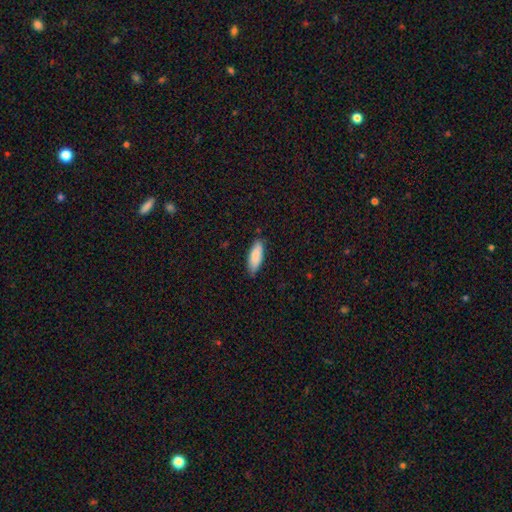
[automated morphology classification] Smooth or featured? smooth (87%)
How rounded? in between (64%)
Merging? none (82%)